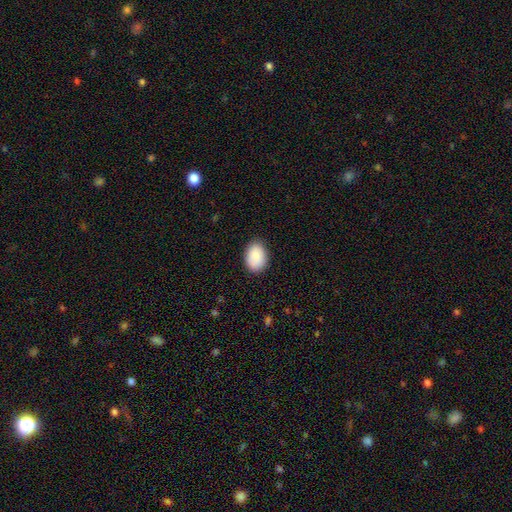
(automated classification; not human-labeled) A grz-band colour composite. It shows a smooth galaxy with no disk features (86%) that is in between round and cigar-shaped (83%). Merging: none (86%).